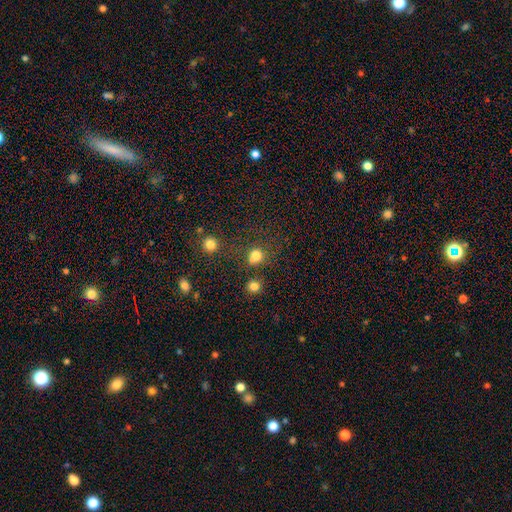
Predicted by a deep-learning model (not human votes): Smooth or featured? smooth (78%)
How rounded? round (82%)
Merging? none (61%)